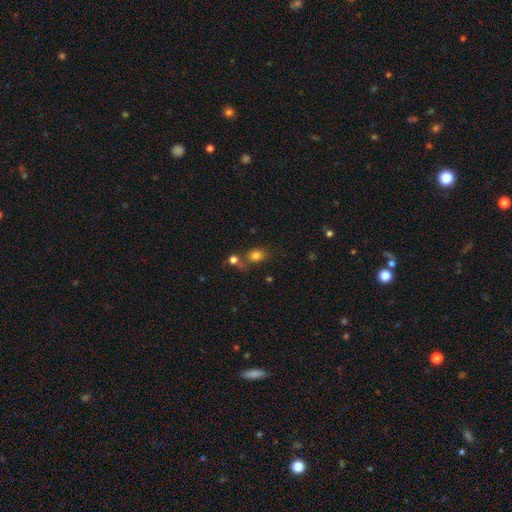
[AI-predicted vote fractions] Smooth or featured? smooth (80%)
How rounded? in between (58%)
Merging? none (50%)